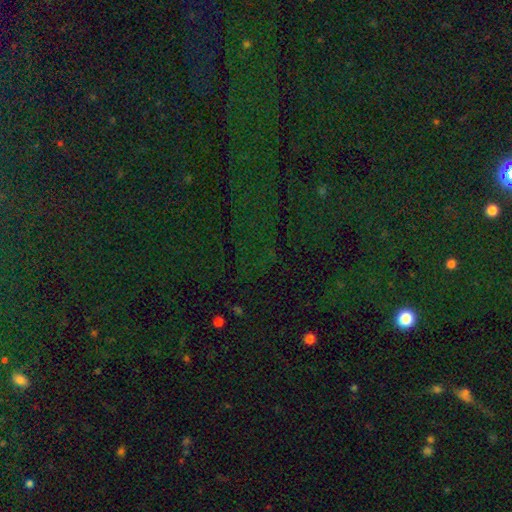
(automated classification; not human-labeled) smooth-or-featured: star or artifact: 79% | smooth: 13% | featured or disk: 8%